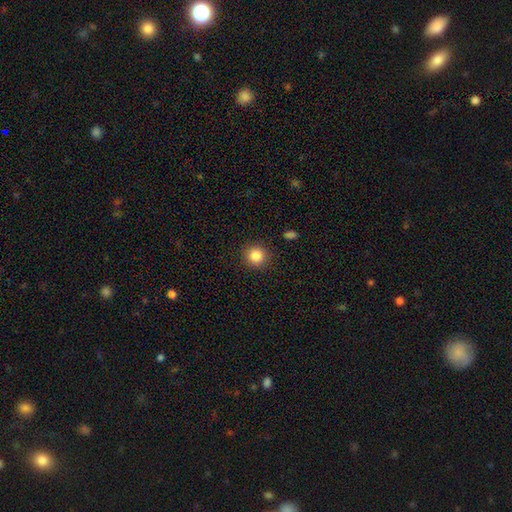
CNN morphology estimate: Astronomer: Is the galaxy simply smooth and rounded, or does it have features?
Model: smooth — 85%.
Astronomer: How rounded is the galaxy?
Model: round — 92%.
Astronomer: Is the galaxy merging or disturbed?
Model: none — 90%.